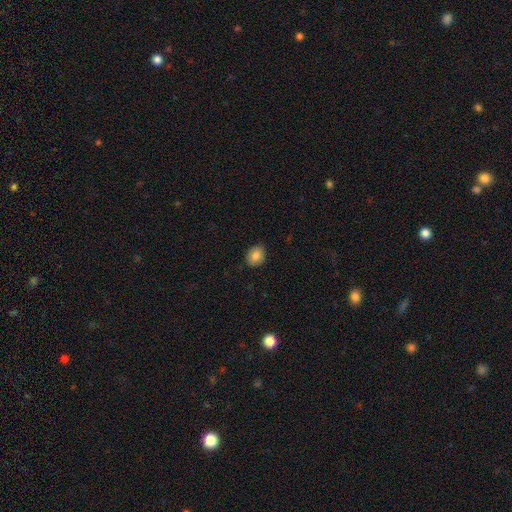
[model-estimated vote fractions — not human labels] Smooth or featured? smooth (81%)
How rounded? in between (52%)
Merging? none (87%)